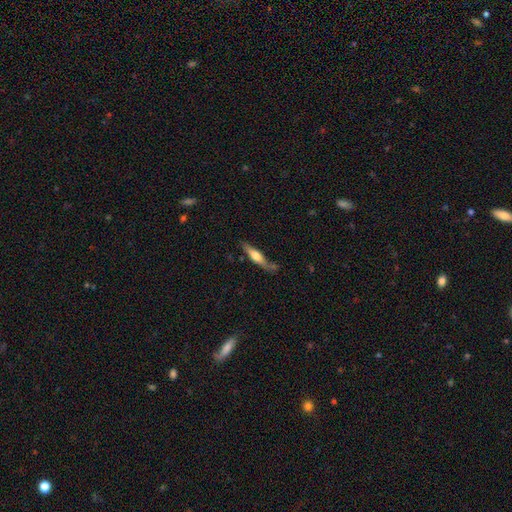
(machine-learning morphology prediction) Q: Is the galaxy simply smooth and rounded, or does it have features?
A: smooth — 47%, tied with featured or disk.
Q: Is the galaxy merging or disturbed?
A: none — 61%.